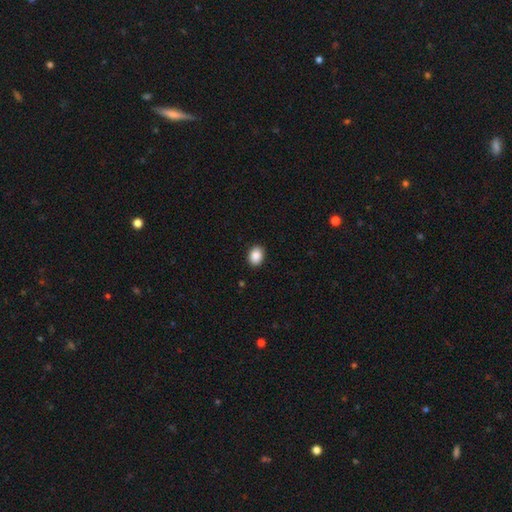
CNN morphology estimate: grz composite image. It shows a smooth galaxy with no disk features (89%) that is in between round and cigar-shaped (65%). Merging: none (91%).